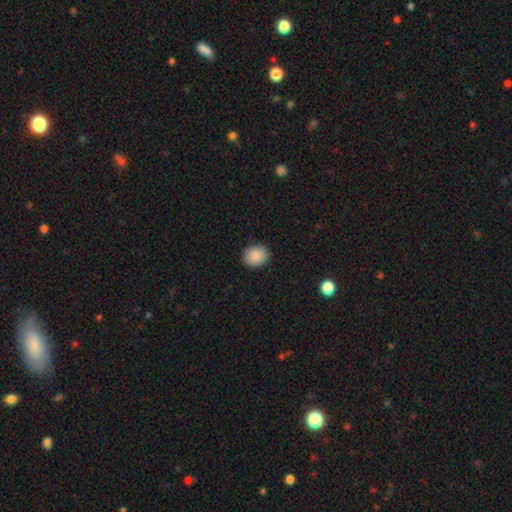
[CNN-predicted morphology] This appears to be a smooth galaxy with no disk features (89%) that is round (63%). Merging: none (90%).